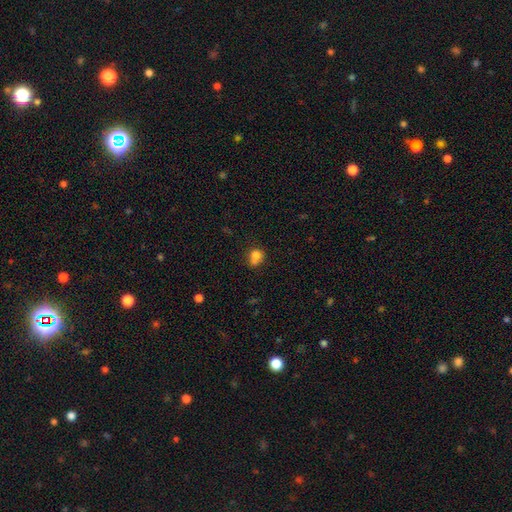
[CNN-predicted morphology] Smooth or featured? Predicted: smooth (p=0.76). How rounded? Predicted: round (p=0.66). Merging? Predicted: none (p=0.39).